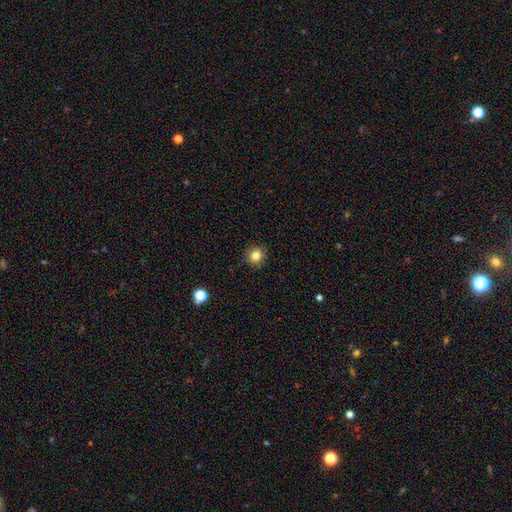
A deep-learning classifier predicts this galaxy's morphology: type=smooth (82%); roundness=round (91%); merging=none (90%).